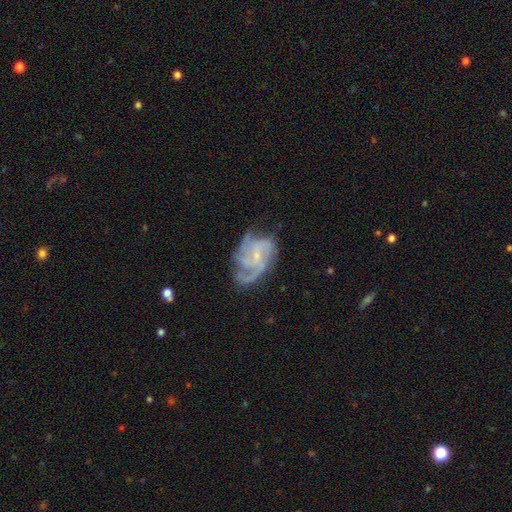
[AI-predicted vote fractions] Morphology: type=featured or disk (84%); edge-on=no (98%); bar=no (55%); spiral arms=yes (94%); winding=medium (49%); arm count=3 (41%); bulge=small (73%); merging=none (57%).